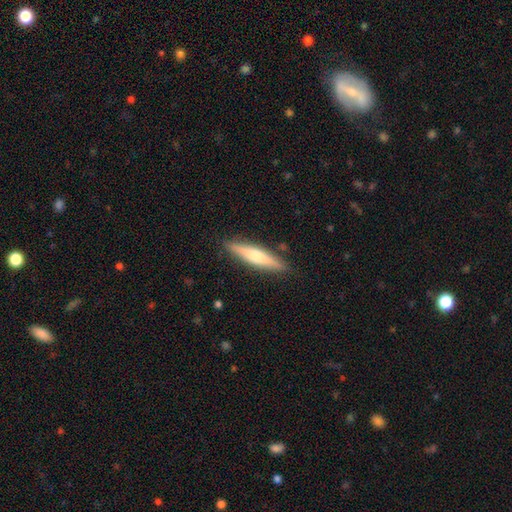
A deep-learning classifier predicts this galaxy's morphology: smooth-or-featured: smooth: 50% | featured or disk: 44% | star or artifact: 6%
  merging: none: 88% | minor disturbance: 9% | major disturbance: 2% | merger: 1%